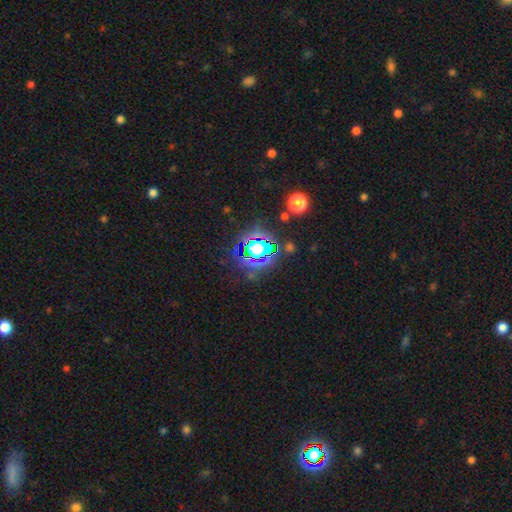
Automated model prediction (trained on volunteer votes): Smooth or featured? Predicted: star or artifact (p=0.80).